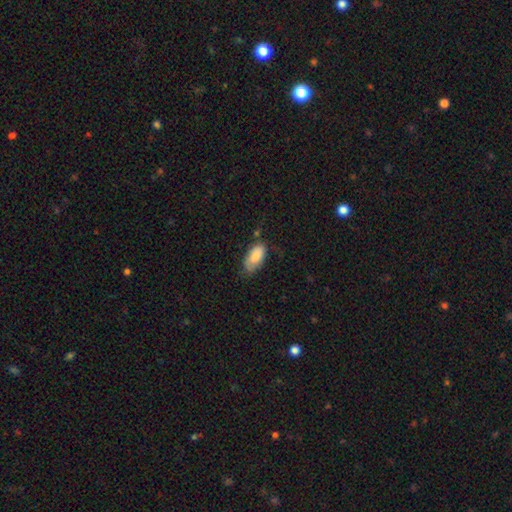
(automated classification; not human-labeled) This appears to be a smooth galaxy with no disk features (84%) that is in between round and cigar-shaped (92%). Merging: none (53%).